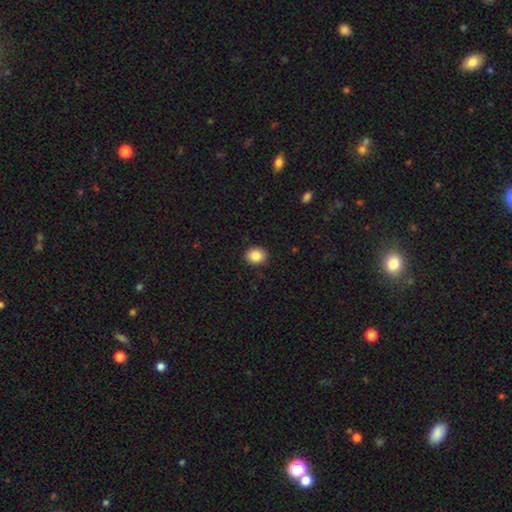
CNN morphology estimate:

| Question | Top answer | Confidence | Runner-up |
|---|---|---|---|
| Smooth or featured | smooth | 86% | star or artifact (9%) |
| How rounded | round | 69% | in between (30%) |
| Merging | none | 91% | minor disturbance (7%) |